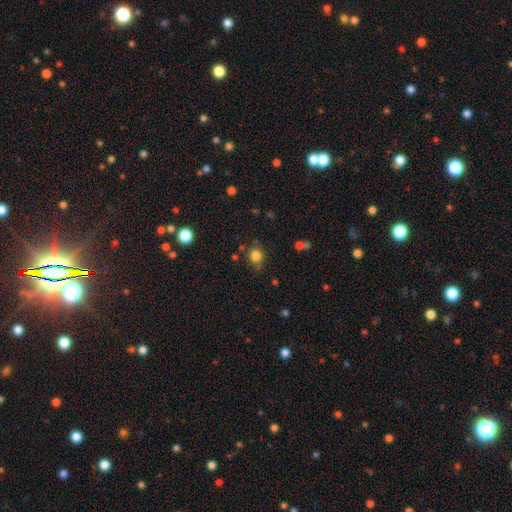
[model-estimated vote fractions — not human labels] The model was most divided on "merging": none: 72%, minor disturbance: 16%, merger: 7%, major disturbance: 5%. More confident: how rounded — round (81%); smooth or featured — smooth (80%).